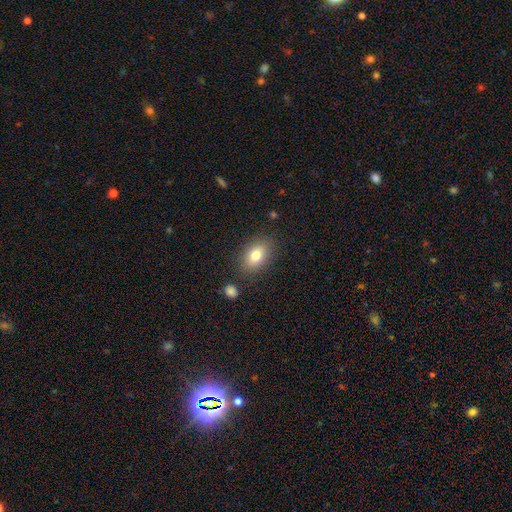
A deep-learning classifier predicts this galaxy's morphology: smooth 79%, featured or disk 12%, star or artifact 9%. Down the decision tree: how rounded — in between (84%); merging — none (83%).